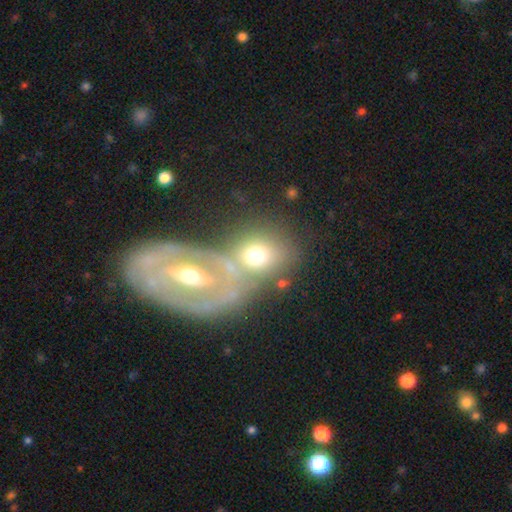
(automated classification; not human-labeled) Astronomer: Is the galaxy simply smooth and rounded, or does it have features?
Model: smooth — 58%.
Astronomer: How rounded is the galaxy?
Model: in between — 51% (runner-up: round, 47%).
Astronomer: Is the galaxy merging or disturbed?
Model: merger — 53% (runner-up: none, 28%).